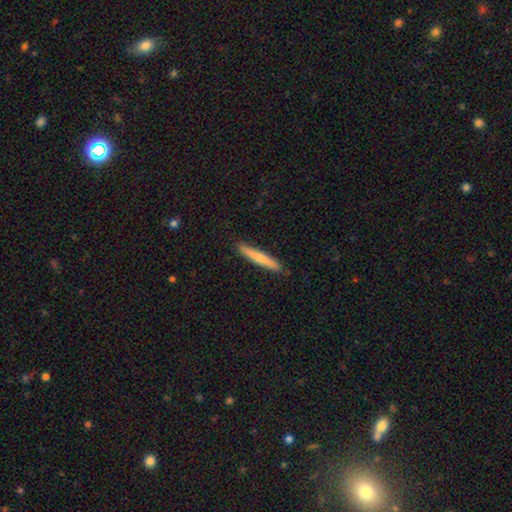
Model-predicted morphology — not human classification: This appears to be a smooth galaxy with no disk features (63%) that is cigar-shaped (95%). Merging: none (91%).